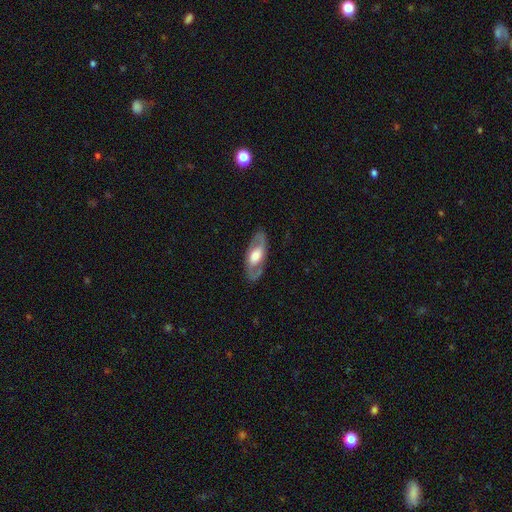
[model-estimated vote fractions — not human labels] Morphology: type=featured or disk (73%); edge-on=no (86%); bar=no (55%); spiral arms=yes (73%); bulge=large (48%); merging=none (84%).